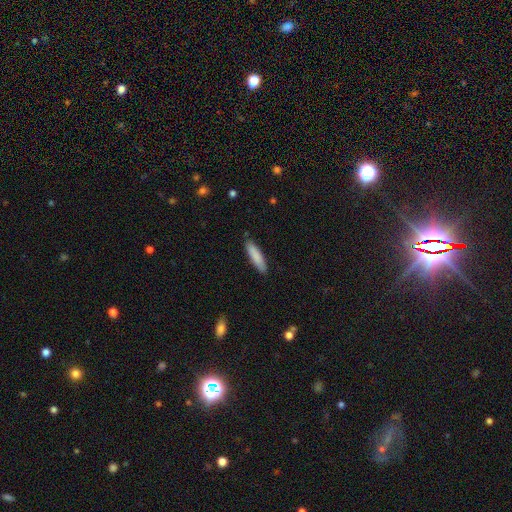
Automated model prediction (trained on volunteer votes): The model was most divided on "how rounded": cigar-shaped: 73%, in between: 25%, round: 1%. More confident: merging — none (87%); smooth or featured — smooth (85%).